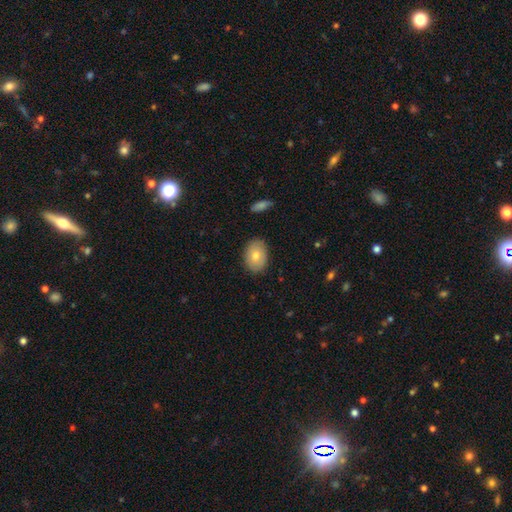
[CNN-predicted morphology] smooth 74%, featured or disk 18%, star or artifact 8%. Down the decision tree: how rounded — in between (77%); merging — none (87%).